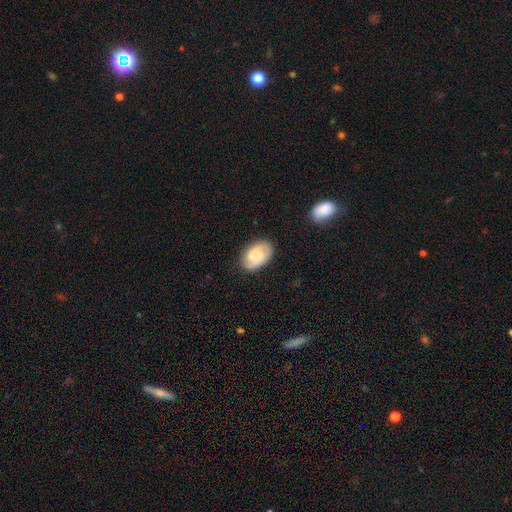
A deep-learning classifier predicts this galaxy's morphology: Q: Smooth or featured?
A: featured or disk (50%); runner-up: smooth (43%)
Q: Merging?
A: none (78%); runner-up: minor disturbance (16%)